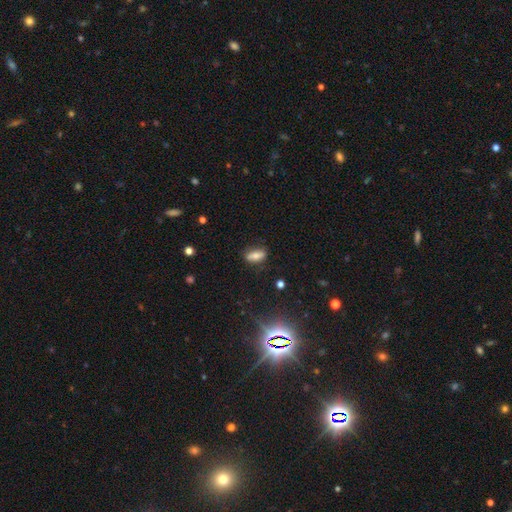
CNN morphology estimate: type=smooth (71%); roundness=in between (78%); merging=none (77%).